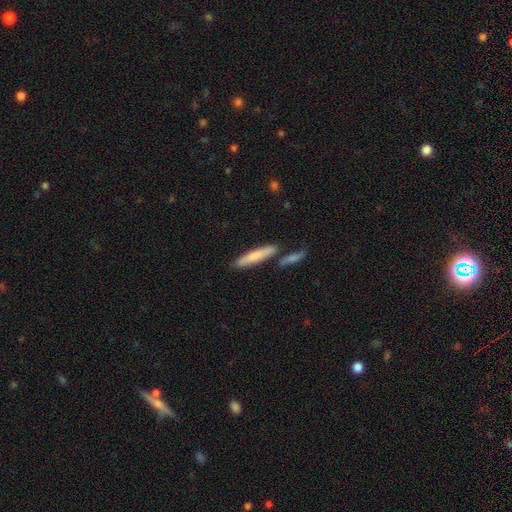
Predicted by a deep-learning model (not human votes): Overall: smooth (75%). How rounded: cigar-shaped (87%). Merging: none (72%).